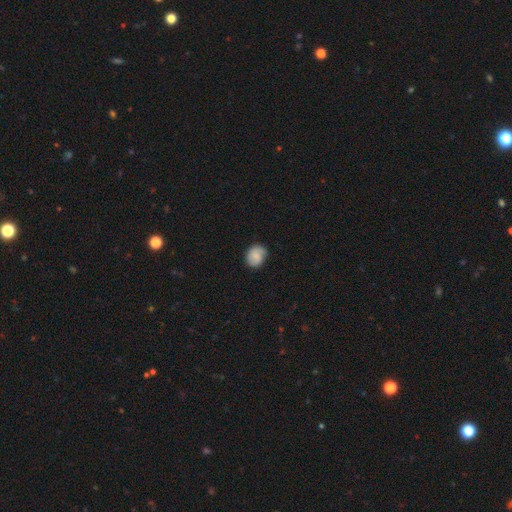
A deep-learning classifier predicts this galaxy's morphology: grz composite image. It shows a smooth galaxy with no disk features (68%) that is round (62%). Merging: none (74%).